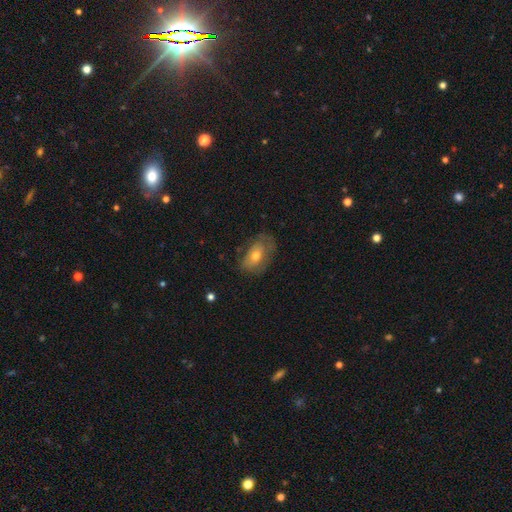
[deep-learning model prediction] This is possibly a smooth galaxy (59%). How rounded: clearly in between (86%). Merging: possibly none (55%).